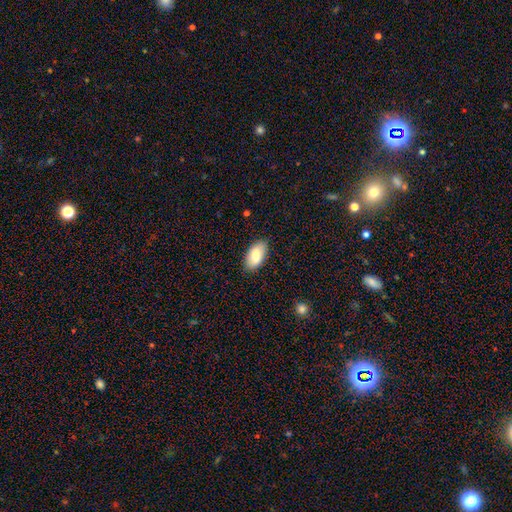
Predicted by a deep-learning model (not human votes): This appears to be a smooth galaxy with no disk features (81%) that is in between round and cigar-shaped (95%). Merging: none (87%).